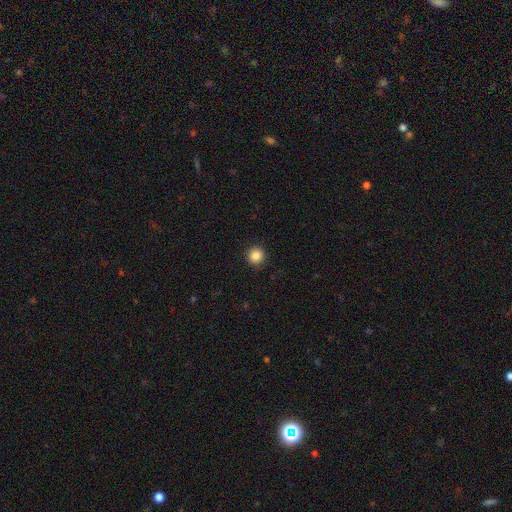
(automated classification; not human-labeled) A smooth galaxy with no disk features (87%) that is round (94%).

Vote fractions:
- Smooth or featured? smooth: 87% / star or artifact: 10% / featured or disk: 3%
- How rounded? round: 94% / in between: 5% / cigar-shaped: 1%
- Merging? none: 92% / minor disturbance: 5% / major disturbance: 2% / merger: 1%